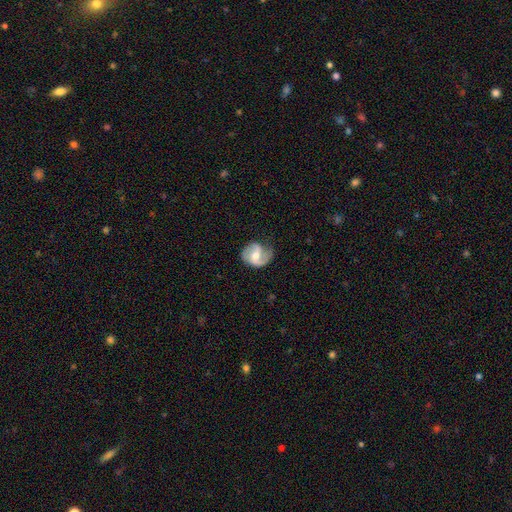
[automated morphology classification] Smooth or featured: featured or disk — 79% (smooth — 16%)
Edge-on disk: no — 98% (yes — 2%)
Bar: weak — 47% (no — 32%)
Spiral arms: yes — 93% (no — 7%)
Spiral winding: medium — 47% (loose — 32%)
Spiral arm count: 2 — 83% (1 — 8%)
Bulge size: moderate — 63% (small — 31%)
Merging: none — 67% (minor disturbance — 22%)